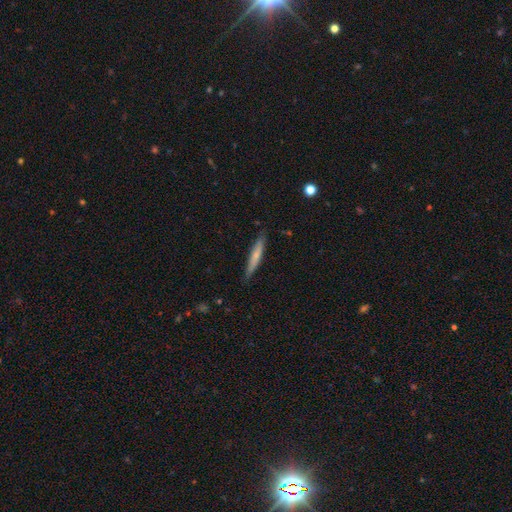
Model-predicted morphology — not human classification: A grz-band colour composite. It shows a smooth galaxy with no disk features (61%) that is cigar-shaped (93%). Merging: none (84%).